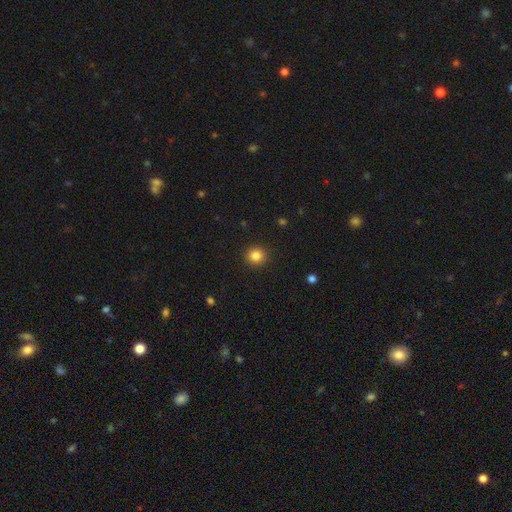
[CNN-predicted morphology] The model was most divided on "smooth or featured": smooth: 85%, star or artifact: 11%, featured or disk: 4%. More confident: how rounded — round (92%); merging — none (92%).